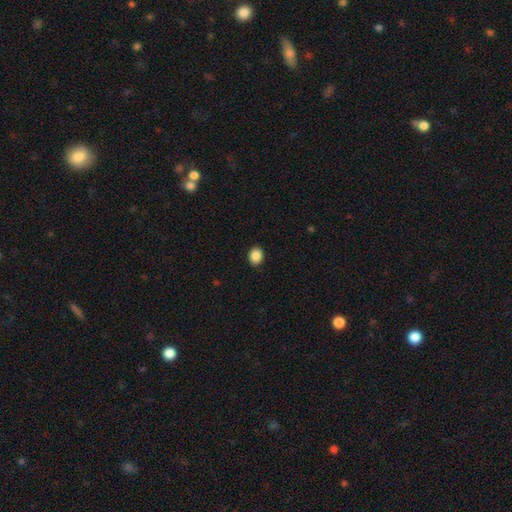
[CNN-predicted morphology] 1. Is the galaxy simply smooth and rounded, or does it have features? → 88% smooth, 9% star or artifact, 3% featured or disk.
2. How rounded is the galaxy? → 56% round, 43% in between, 1% cigar-shaped.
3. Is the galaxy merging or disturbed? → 91% none, 6% minor disturbance, 2% major disturbance, 1% merger.